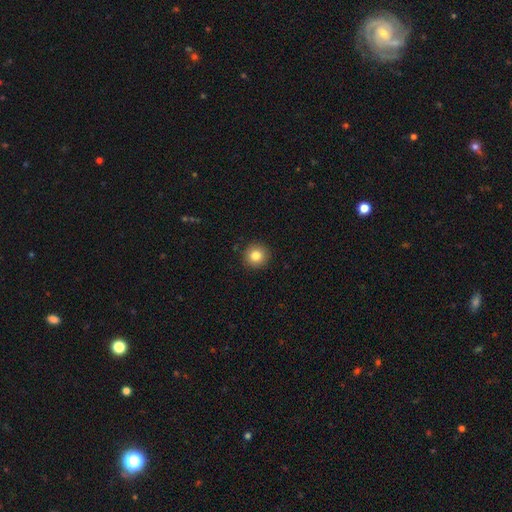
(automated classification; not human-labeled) smooth_or_featured: smooth (p=0.82) [alt: star or artifact p=0.10]
how_rounded: round (p=0.95) [alt: in between p=0.04]
merging: none (p=0.92) [alt: minor disturbance p=0.05]